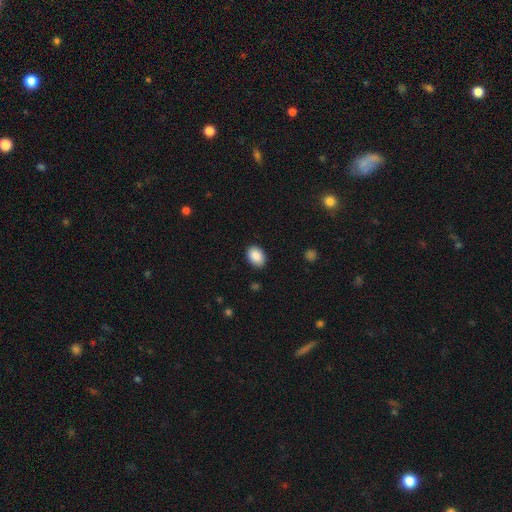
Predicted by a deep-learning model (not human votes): smooth_or_featured: smooth (p=0.89) [alt: star or artifact p=0.07]
how_rounded: in between (p=0.80) [alt: round p=0.19]
merging: none (p=0.87) [alt: minor disturbance p=0.10]